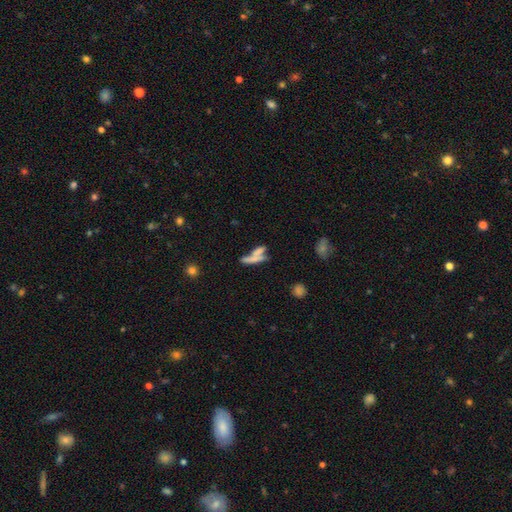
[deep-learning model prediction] This is likely a smooth galaxy (60%). How rounded: likely cigar-shaped (70%). Merging: possibly merger (52%).